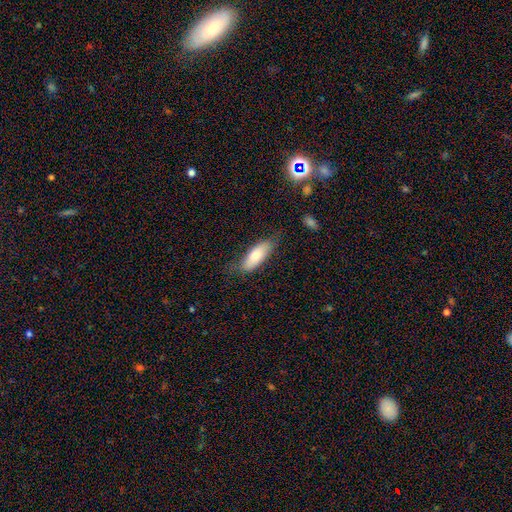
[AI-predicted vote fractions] This is likely a smooth galaxy (73%). How rounded: likely in between (69%). Merging: likely none (68%).